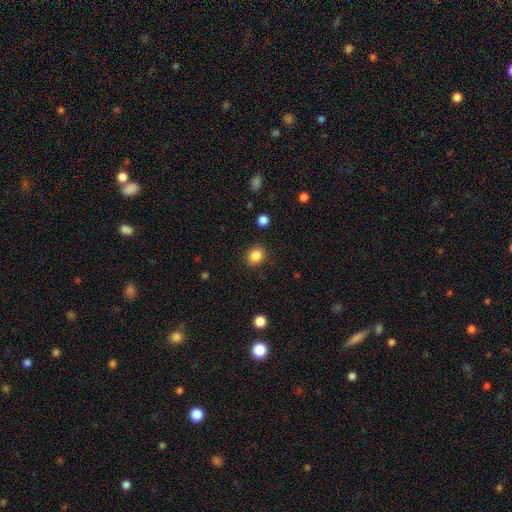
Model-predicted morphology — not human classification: Smooth or featured? Predicted: smooth (p=0.86). How rounded? Predicted: round (p=0.75). Merging? Predicted: none (p=0.89).